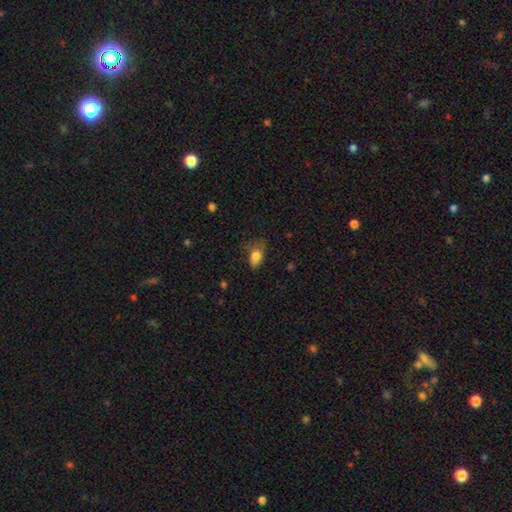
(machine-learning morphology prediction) smooth-or-featured: smooth: 80% | featured or disk: 11% | star or artifact: 9%
  how-rounded: in between: 86% | round: 11% | cigar-shaped: 3%
  merging: none: 49% | minor disturbance: 34% | major disturbance: 16% | merger: 2%